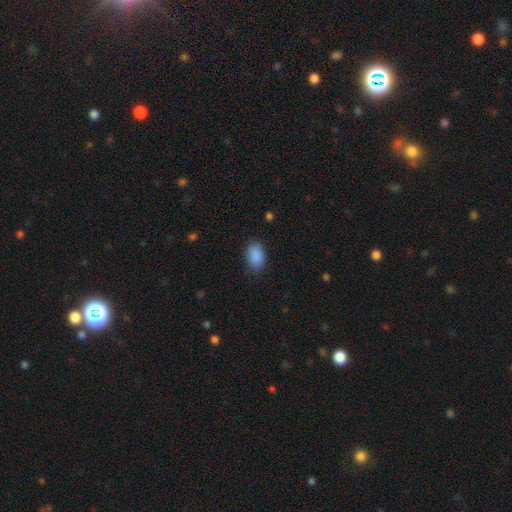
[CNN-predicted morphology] smooth 90%, star or artifact 7%, featured or disk 3%. Down the decision tree: how rounded — in between (91%); merging — none (83%).